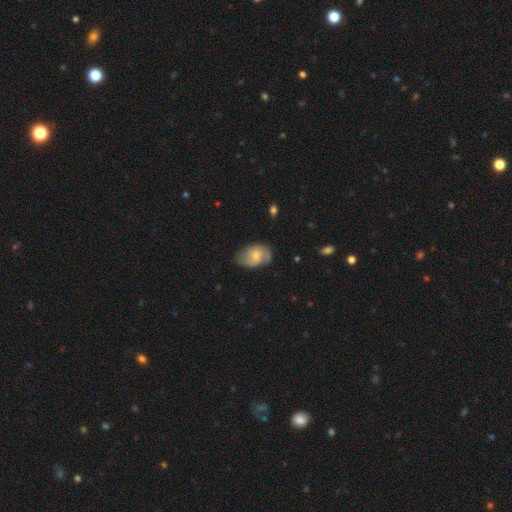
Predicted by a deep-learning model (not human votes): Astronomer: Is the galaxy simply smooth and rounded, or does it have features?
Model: featured or disk — 49% (runner-up: smooth, 44%).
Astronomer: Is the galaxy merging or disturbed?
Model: none — 58%.